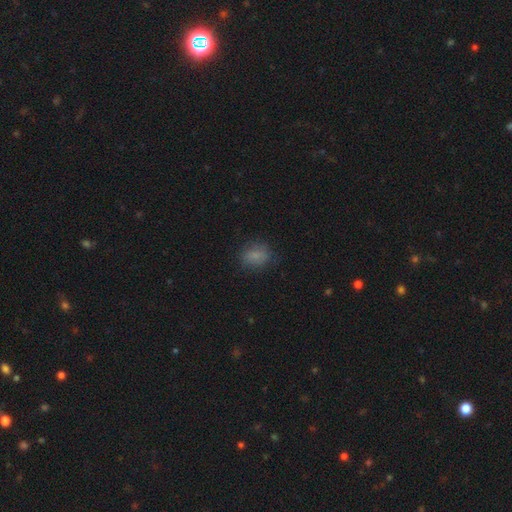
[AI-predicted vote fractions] Q: Smooth or featured?
A: smooth (81%); runner-up: star or artifact (11%)
Q: How rounded?
A: in between (59%); runner-up: round (39%)
Q: Merging?
A: none (78%); runner-up: minor disturbance (15%)